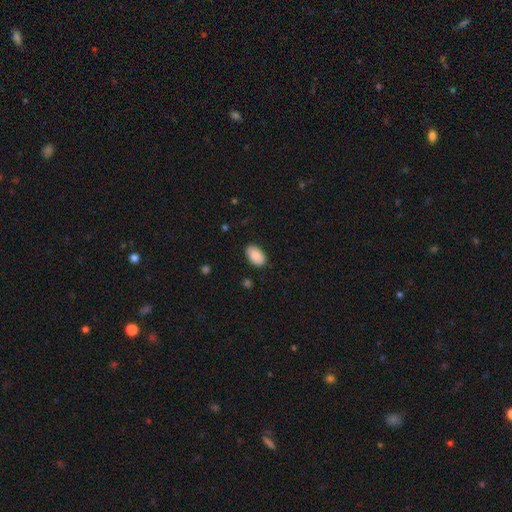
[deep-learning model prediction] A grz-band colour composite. It shows a smooth galaxy with no disk features (88%) that is in between round and cigar-shaped (93%). Merging: none (86%).